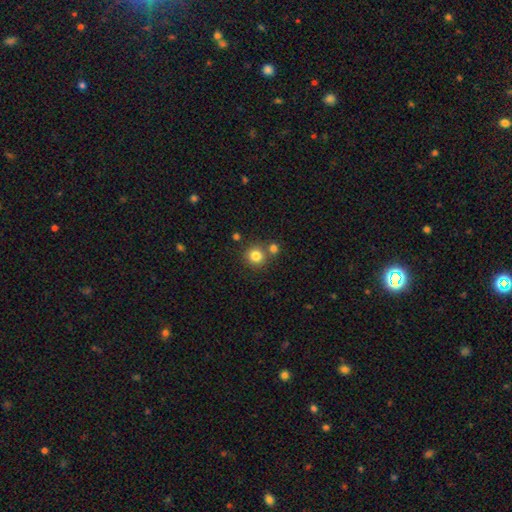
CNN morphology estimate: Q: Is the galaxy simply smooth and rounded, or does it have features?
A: smooth — 82%.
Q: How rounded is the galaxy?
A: round — 91%.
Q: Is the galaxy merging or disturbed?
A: none — 70%.